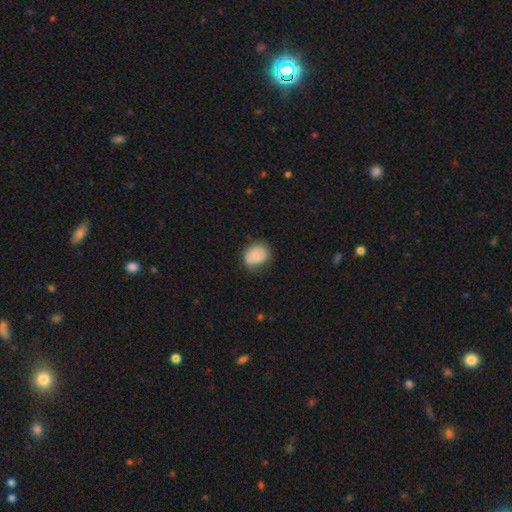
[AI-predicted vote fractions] A smooth galaxy with no disk features (76%) that is round (57%).

Vote fractions:
- Smooth or featured? smooth: 76% / featured or disk: 16% / star or artifact: 8%
- How rounded? round: 57% / in between: 42% / cigar-shaped: 1%
- Merging? none: 66% / minor disturbance: 25% / major disturbance: 7% / merger: 1%